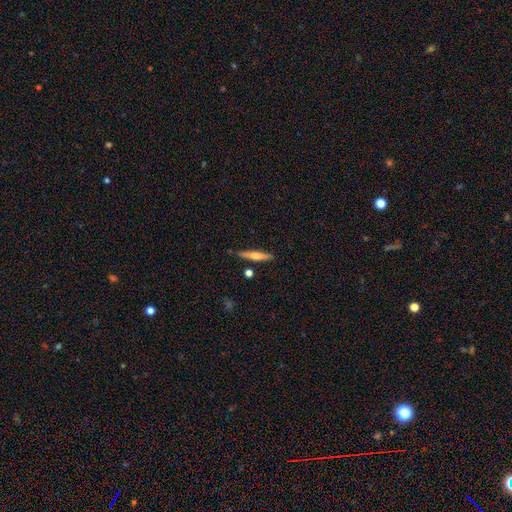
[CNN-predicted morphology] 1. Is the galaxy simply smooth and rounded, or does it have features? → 47% featured or disk (tied), 47% smooth (tied), 6% star or artifact.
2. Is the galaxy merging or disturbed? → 83% none, 11% minor disturbance, 4% merger, 2% major disturbance.